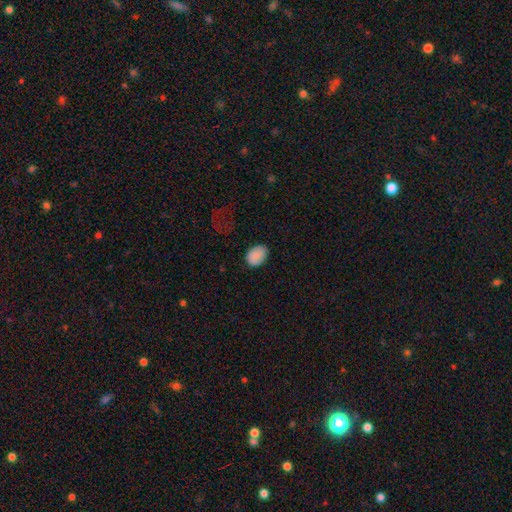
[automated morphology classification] Smooth or featured: smooth — 88% (star or artifact — 8%)
How rounded: in between — 78% (round — 21%)
Merging: none — 78% (minor disturbance — 16%)